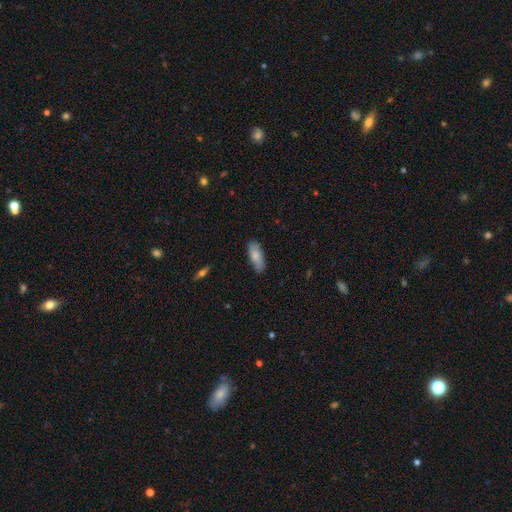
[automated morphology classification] smooth-or-featured: smooth: 76% | featured or disk: 18% | star or artifact: 6%
  how-rounded: in between: 76% | cigar-shaped: 22% | round: 2%
  merging: none: 79% | minor disturbance: 17% | major disturbance: 3% | merger: 1%